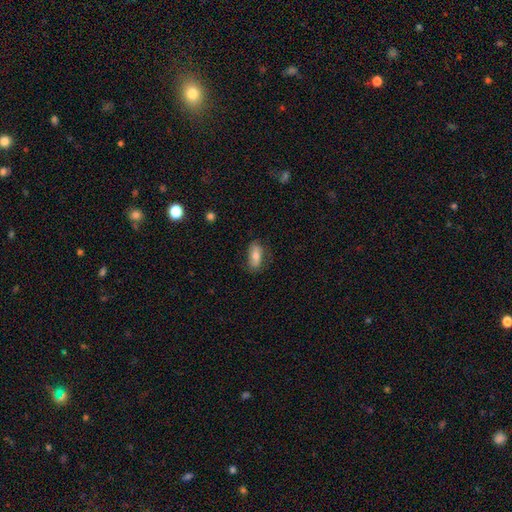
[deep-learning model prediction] smooth-or-featured: smooth: 69% | featured or disk: 24% | star or artifact: 7%
  how-rounded: in between: 85% | cigar-shaped: 11% | round: 4%
  merging: none: 73% | minor disturbance: 20% | major disturbance: 6% | merger: 1%